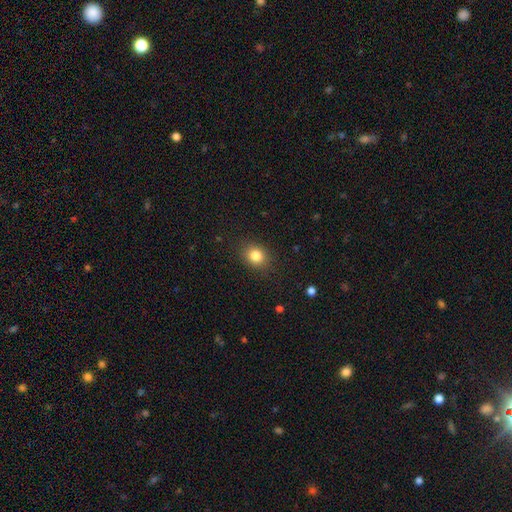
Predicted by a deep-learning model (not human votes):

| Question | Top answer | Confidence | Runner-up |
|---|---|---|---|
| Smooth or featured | smooth | 83% | star or artifact (11%) |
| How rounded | round | 62% | in between (37%) |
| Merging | none | 86% | minor disturbance (10%) |